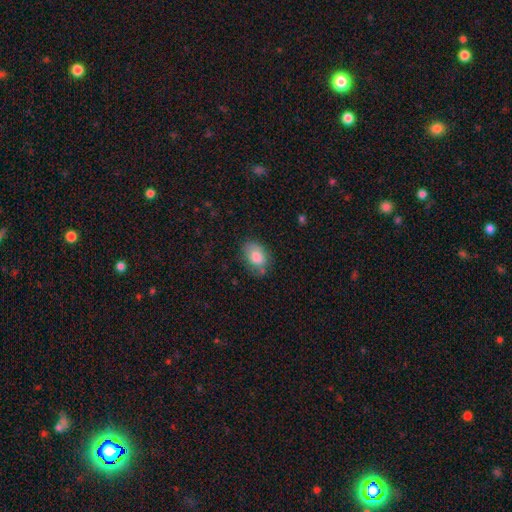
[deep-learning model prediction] Smooth or featured? smooth (81%)
How rounded? in between (79%)
Merging? none (62%)